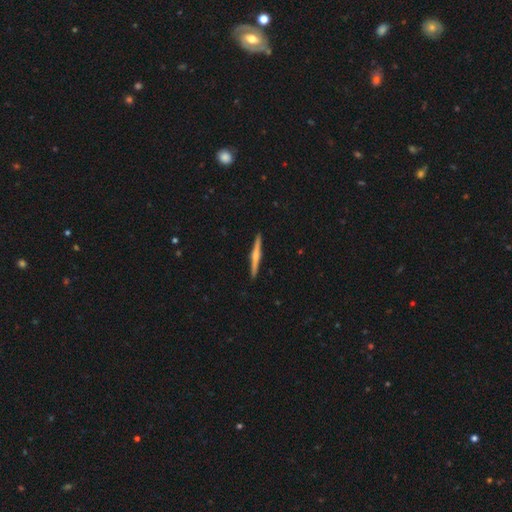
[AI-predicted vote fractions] Overall: featured or disk (66%; smooth 29%). Edge-on disk: yes (98%). Edge-on bulge: rounded (74%). Merging: none (93%).